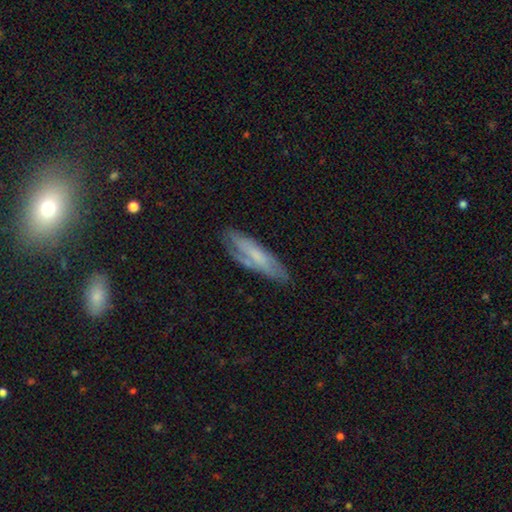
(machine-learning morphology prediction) Smooth or featured: featured or disk — 47% (smooth — 45%)
Merging: none — 69% (minor disturbance — 21%)